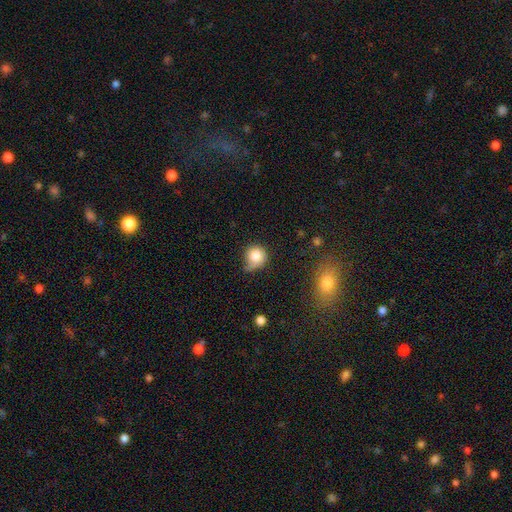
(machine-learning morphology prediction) smooth 80%, featured or disk 11%, star or artifact 9%. Down the decision tree: how rounded — round (86%); merging — none (41%).